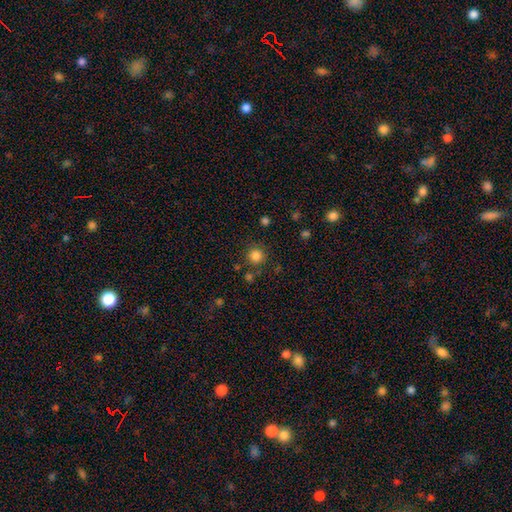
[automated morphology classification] Q: Smooth or featured?
A: smooth (83%); runner-up: star or artifact (13%)
Q: How rounded?
A: round (94%); runner-up: in between (5%)
Q: Merging?
A: none (84%); runner-up: minor disturbance (8%)